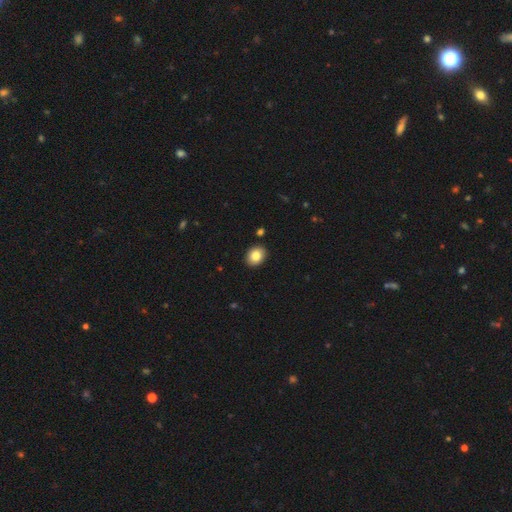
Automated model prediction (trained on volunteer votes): Smooth or featured? smooth (85%)
How rounded? in between (54%)
Merging? none (90%)